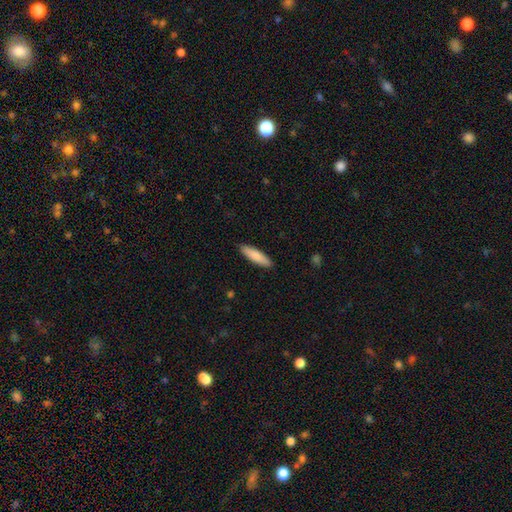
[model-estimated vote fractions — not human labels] Smooth or featured?
  - smooth: 85% *
  - featured or disk: 10%
  - star or artifact: 5%
How rounded?
  - cigar-shaped: 70% *
  - in between: 29%
  - round: 1%
Merging?
  - none: 90% *
  - minor disturbance: 7%
  - major disturbance: 1%
  - merger: 1%